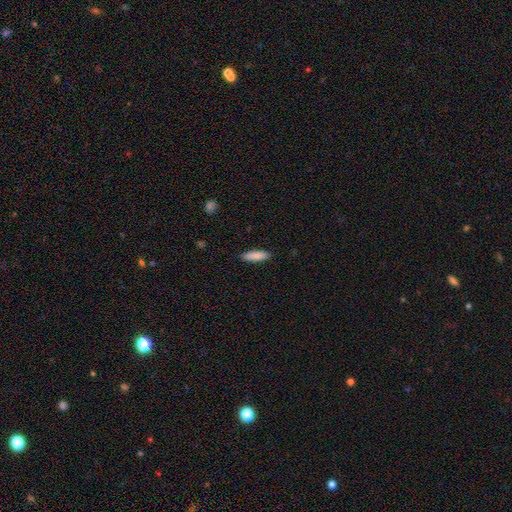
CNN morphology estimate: A smooth galaxy with no disk features (88%) that is cigar-shaped (63%).

Vote fractions:
- Smooth or featured? smooth: 88% / featured or disk: 6% / star or artifact: 6%
- How rounded? cigar-shaped: 63% / in between: 35% / round: 1%
- Merging? none: 89% / minor disturbance: 8% / major disturbance: 2% / merger: 1%